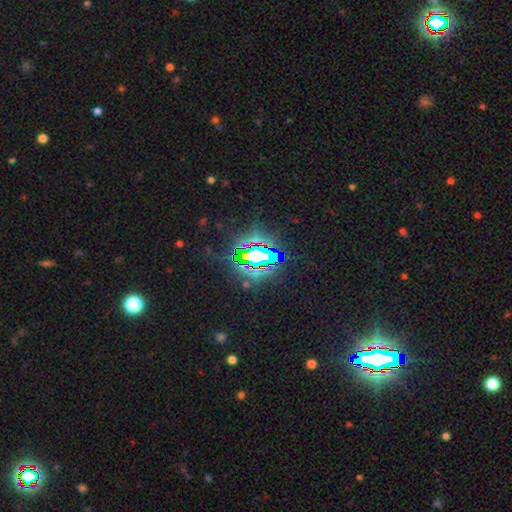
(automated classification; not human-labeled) A star or artifact, not a galaxy (83%).

Vote fractions:
- Smooth or featured? star or artifact: 83% / smooth: 10% / featured or disk: 7%